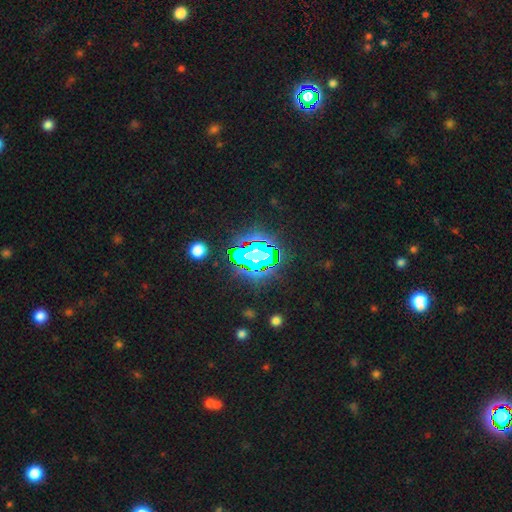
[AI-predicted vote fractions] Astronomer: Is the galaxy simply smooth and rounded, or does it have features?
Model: star or artifact — 72%.